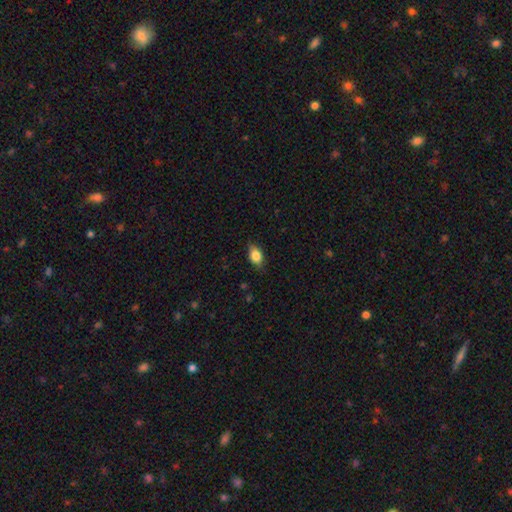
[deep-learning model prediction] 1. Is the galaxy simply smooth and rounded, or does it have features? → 79% smooth, 13% featured or disk, 8% star or artifact.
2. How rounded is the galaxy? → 83% in between, 13% round, 4% cigar-shaped.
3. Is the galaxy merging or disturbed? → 79% none, 17% minor disturbance, 3% major disturbance, 1% merger.